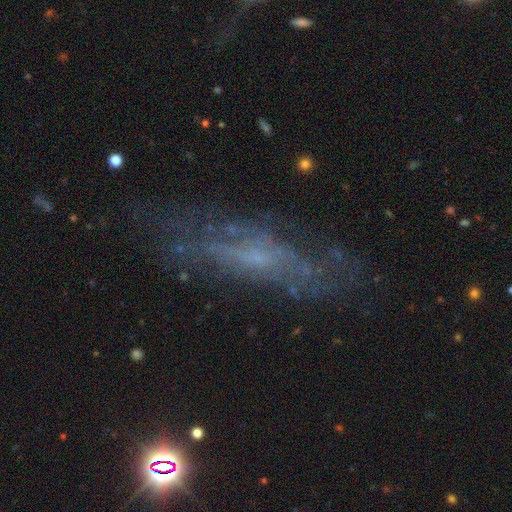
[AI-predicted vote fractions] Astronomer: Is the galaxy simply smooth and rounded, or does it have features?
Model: featured or disk — 64%.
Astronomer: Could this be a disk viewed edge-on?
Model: no — 63%.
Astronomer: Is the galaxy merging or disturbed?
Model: none — 71%.